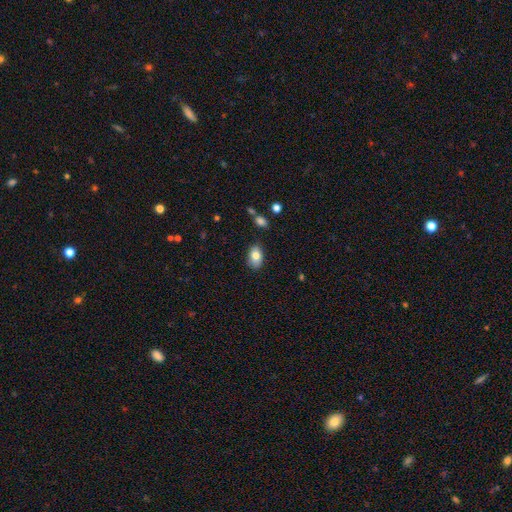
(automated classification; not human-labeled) Overall: smooth (80%). How rounded: in between (91%). Merging: none (82%).